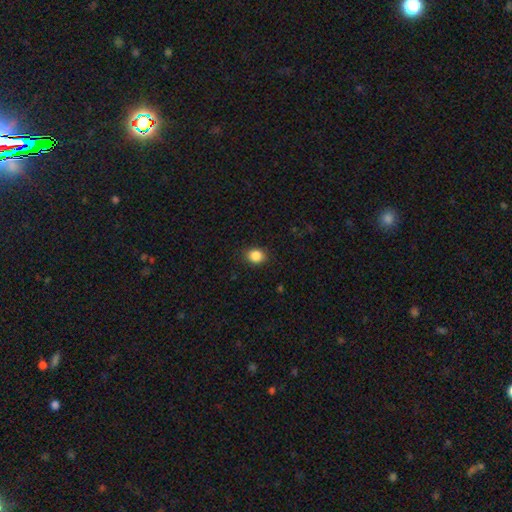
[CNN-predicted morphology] Overall: smooth (87%). How rounded: round (64%; in between 35%). Merging: none (88%).